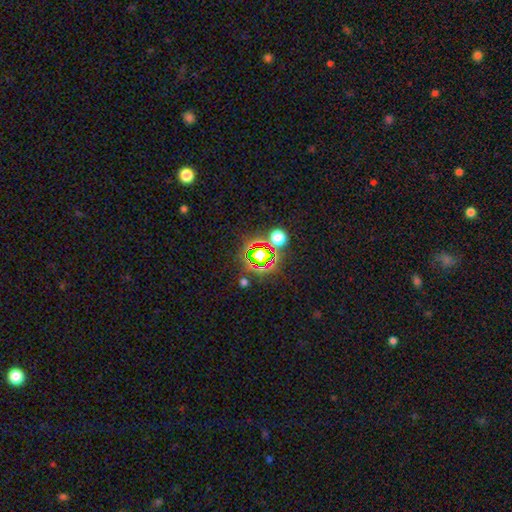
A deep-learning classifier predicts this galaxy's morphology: Smooth or featured?
  - star or artifact: 66% *
  - smooth: 22%
  - featured or disk: 12%